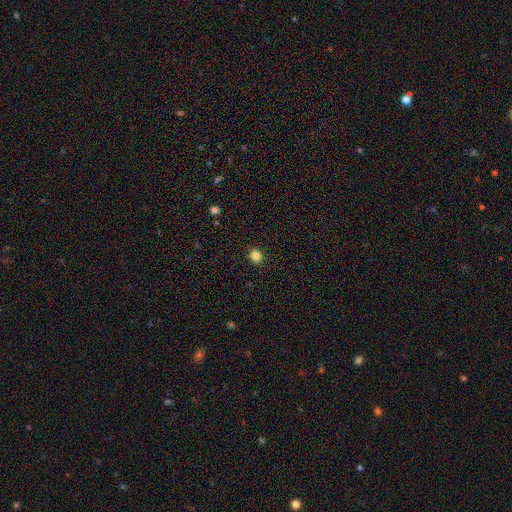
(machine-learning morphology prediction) Smooth or featured: smooth — 84% (star or artifact — 12%)
How rounded: round — 79% (in between — 20%)
Merging: none — 91% (minor disturbance — 6%)